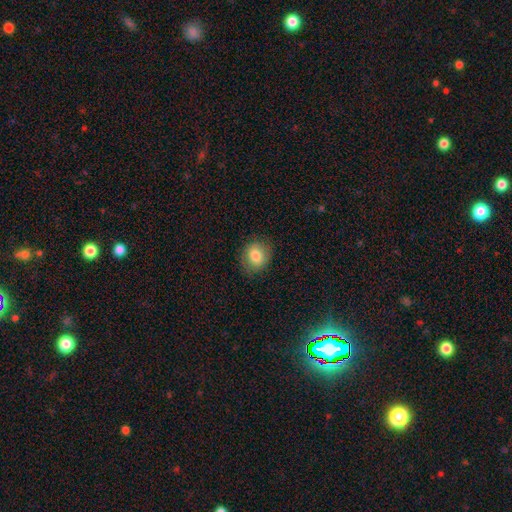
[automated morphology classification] Q: Smooth or featured?
A: smooth (80%); runner-up: featured or disk (11%)
Q: How rounded?
A: round (68%); runner-up: in between (31%)
Q: Merging?
A: none (82%); runner-up: minor disturbance (14%)